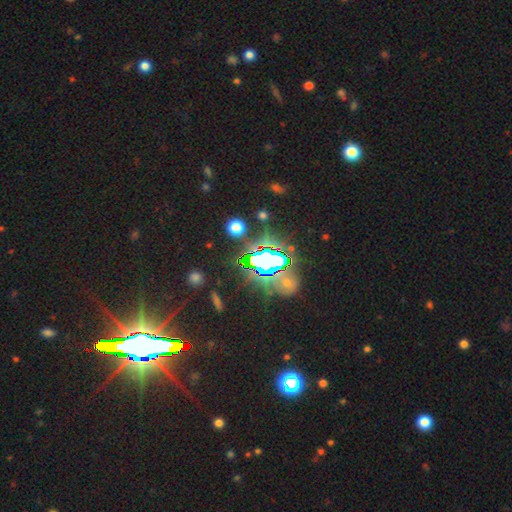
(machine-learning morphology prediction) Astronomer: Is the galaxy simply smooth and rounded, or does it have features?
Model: star or artifact — 79%.